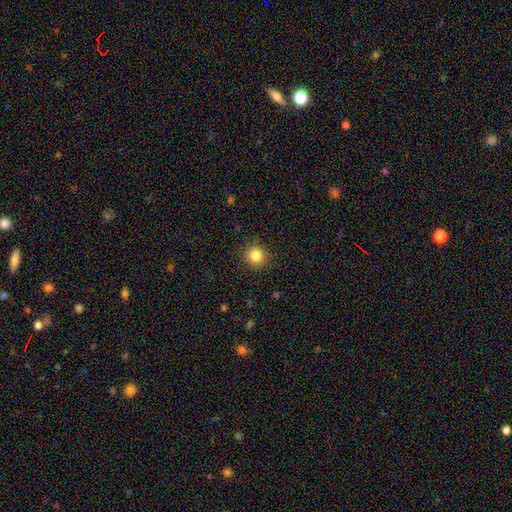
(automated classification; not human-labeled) Smooth or featured? Predicted: smooth (p=0.84). How rounded? Predicted: round (p=0.91). Merging? Predicted: none (p=0.90).